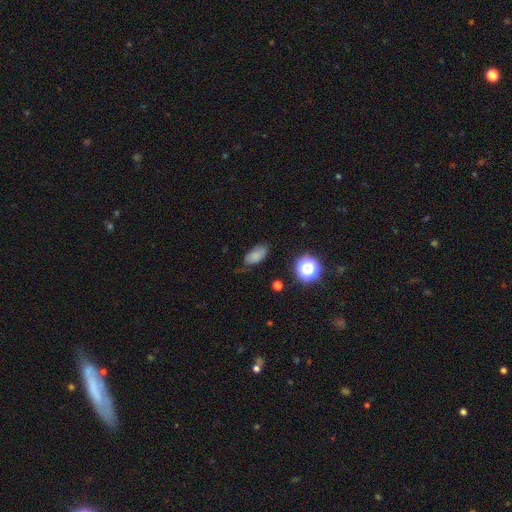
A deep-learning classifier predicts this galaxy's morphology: Q: Smooth or featured?
A: smooth (75%); runner-up: star or artifact (13%)
Q: How rounded?
A: in between (89%); runner-up: round (7%)
Q: Merging?
A: none (61%); runner-up: minor disturbance (29%)